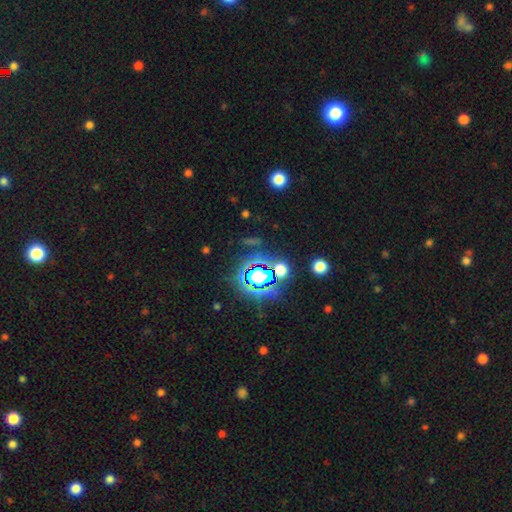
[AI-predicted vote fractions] smooth-or-featured: star or artifact: 83% | smooth: 10% | featured or disk: 7%